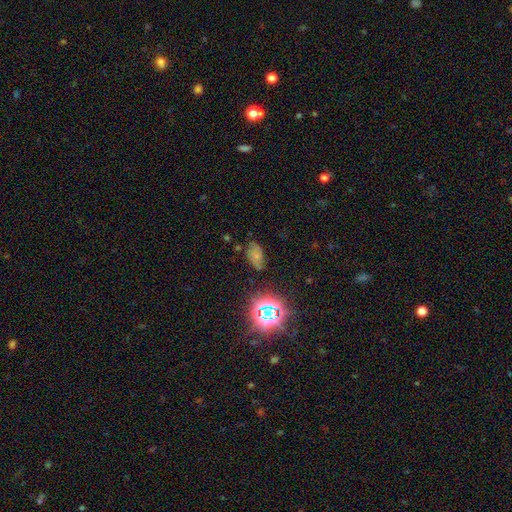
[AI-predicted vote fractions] Smooth or featured?
  - smooth: 45% *
  - featured or disk: 28%
  - star or artifact: 28%
Merging?
  - none: 61% *
  - minor disturbance: 27%
  - major disturbance: 10%
  - merger: 3%